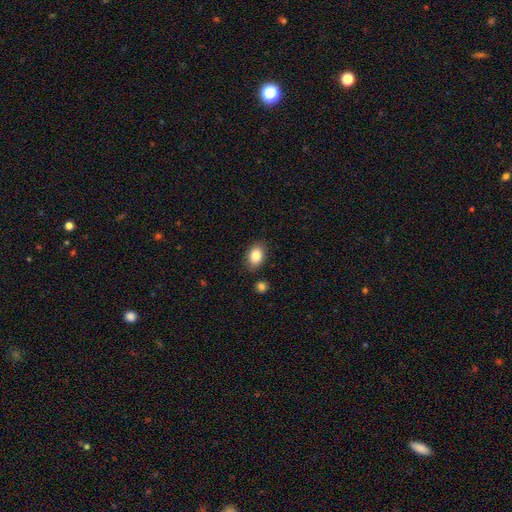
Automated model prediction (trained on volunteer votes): Smooth or featured: smooth — 85% (star or artifact — 8%)
How rounded: in between — 75% (round — 24%)
Merging: none — 83% (minor disturbance — 11%)